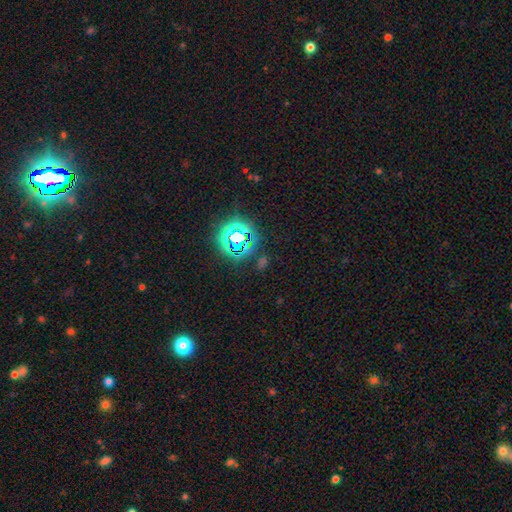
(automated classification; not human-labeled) star or artifact 78%, smooth 15%, featured or disk 7%.